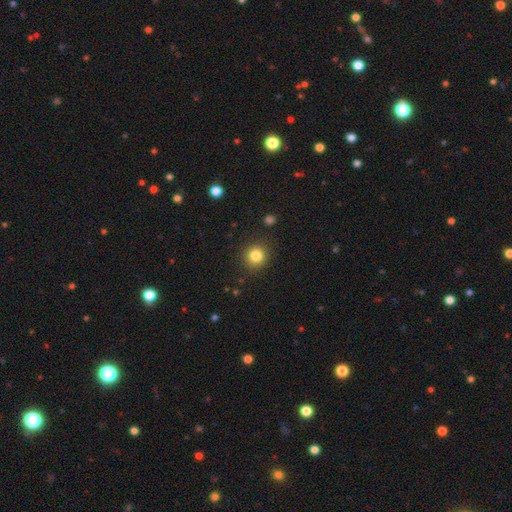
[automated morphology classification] smooth 83%, star or artifact 11%, featured or disk 6%. Down the decision tree: how rounded — round (90%); merging — none (89%).